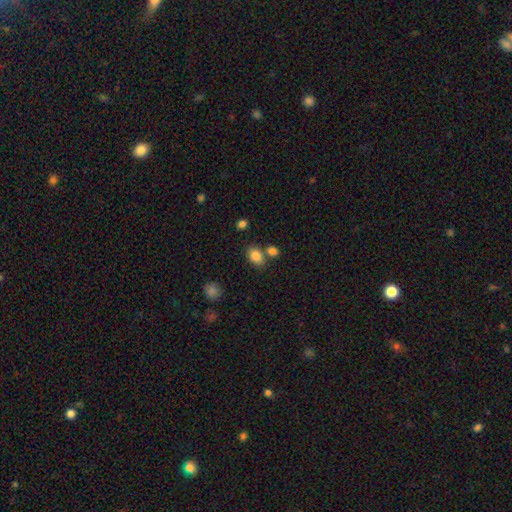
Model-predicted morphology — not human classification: Smooth or featured: smooth — 84% (star or artifact — 10%)
How rounded: in between — 74% (round — 25%)
Merging: none — 67% (merger — 19%)